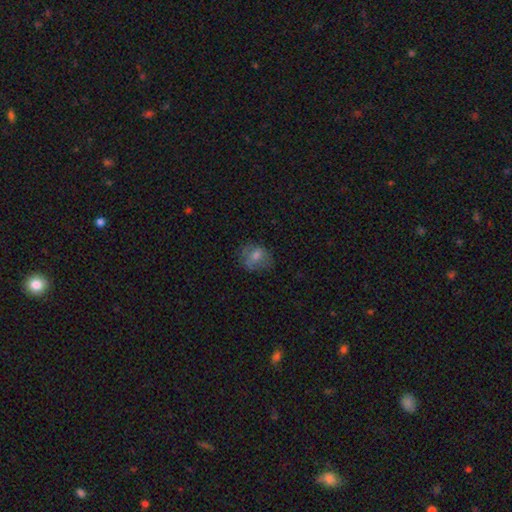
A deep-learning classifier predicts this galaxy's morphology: Q: Smooth or featured?
A: smooth (64%); runner-up: featured or disk (24%)
Q: How rounded?
A: round (56%); runner-up: in between (43%)
Q: Merging?
A: none (67%); runner-up: minor disturbance (21%)